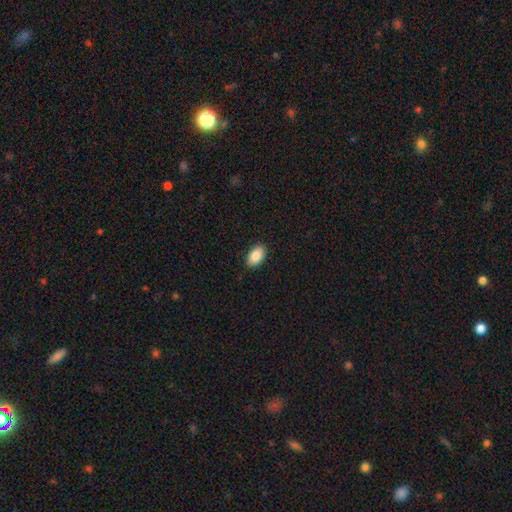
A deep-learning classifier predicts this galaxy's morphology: Q: Smooth or featured?
A: smooth (87%); runner-up: star or artifact (7%)
Q: How rounded?
A: in between (92%); runner-up: round (7%)
Q: Merging?
A: none (88%); runner-up: minor disturbance (9%)